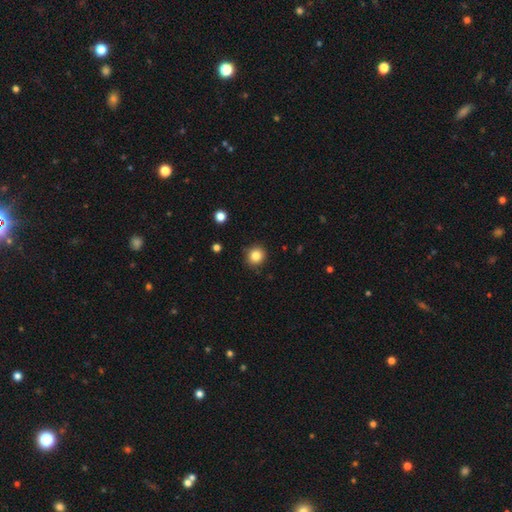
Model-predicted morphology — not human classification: smooth_or_featured: smooth (p=0.84) [alt: star or artifact p=0.11]
how_rounded: round (p=0.90) [alt: in between p=0.09]
merging: none (p=0.89) [alt: minor disturbance p=0.07]